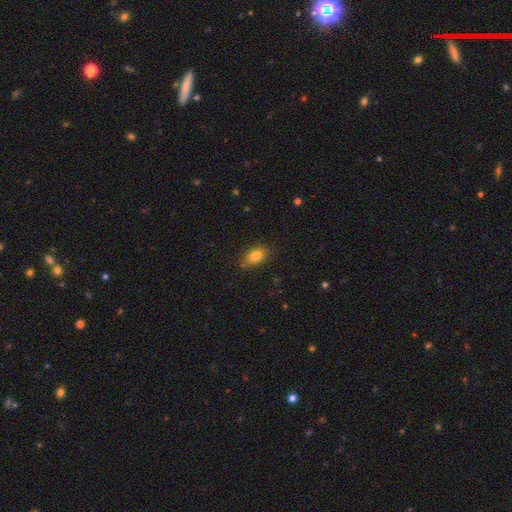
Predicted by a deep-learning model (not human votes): This appears to be a smooth galaxy with no disk features (82%) that is in between round and cigar-shaped (84%). Merging: none (80%).